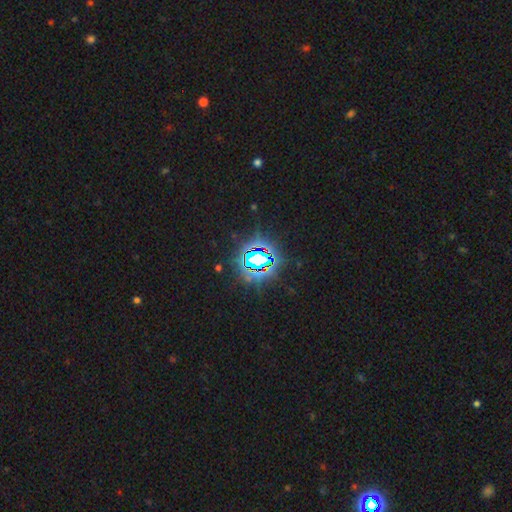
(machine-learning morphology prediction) This is clearly a star or artifact rather than a galaxy (83%).